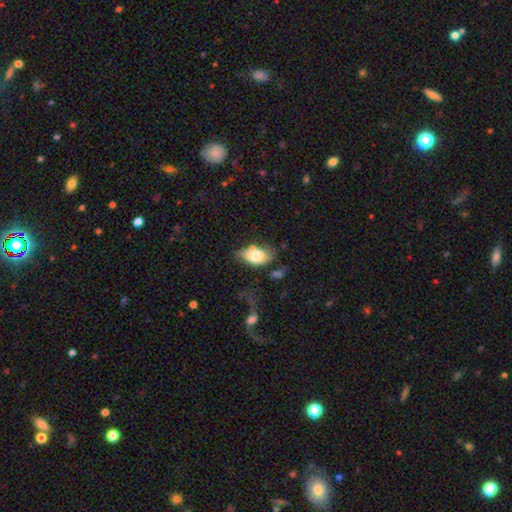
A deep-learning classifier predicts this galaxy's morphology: smooth-or-featured: smooth: 71% | featured or disk: 22% | star or artifact: 7%
  how-rounded: in between: 91% | round: 7% | cigar-shaped: 2%
  merging: none: 45% | minor disturbance: 28% | major disturbance: 14% | merger: 13%